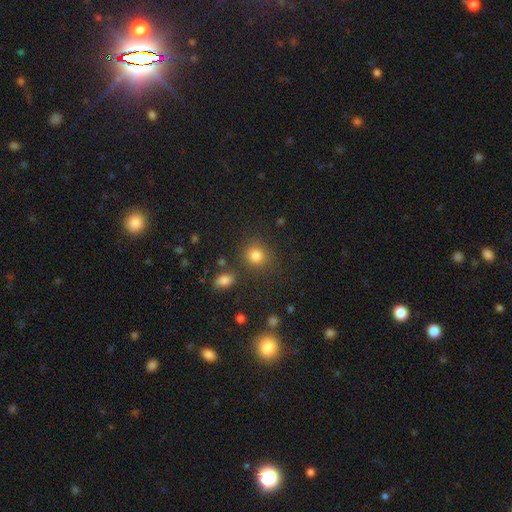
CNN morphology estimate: A smooth galaxy with no disk features (82%) that is round (82%). Merging: none (78%).